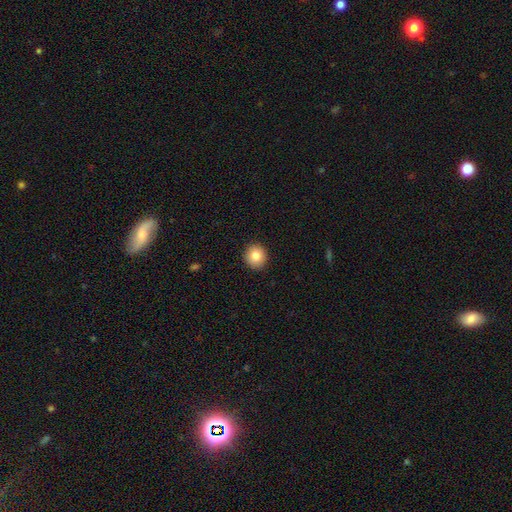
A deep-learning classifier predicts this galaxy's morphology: Smooth or featured? smooth (83%)
How rounded? round (88%)
Merging? none (92%)